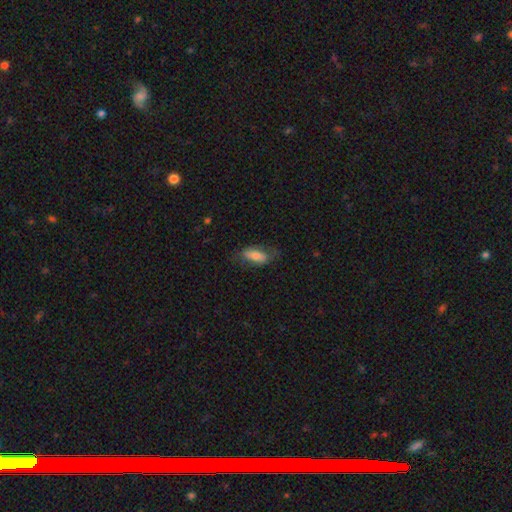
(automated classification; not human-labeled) smooth 67%, featured or disk 26%, star or artifact 7%. Down the decision tree: how rounded — in between (79%); merging — none (61%).